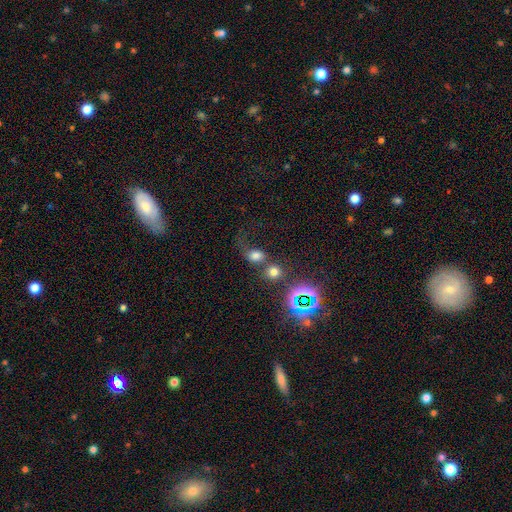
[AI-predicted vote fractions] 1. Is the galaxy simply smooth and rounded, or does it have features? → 65% smooth, 21% star or artifact, 14% featured or disk.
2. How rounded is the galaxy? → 55% round, 43% in between, 2% cigar-shaped.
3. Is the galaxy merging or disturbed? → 35% merger (tied), 35% none (tied), 17% major disturbance, 13% minor disturbance.